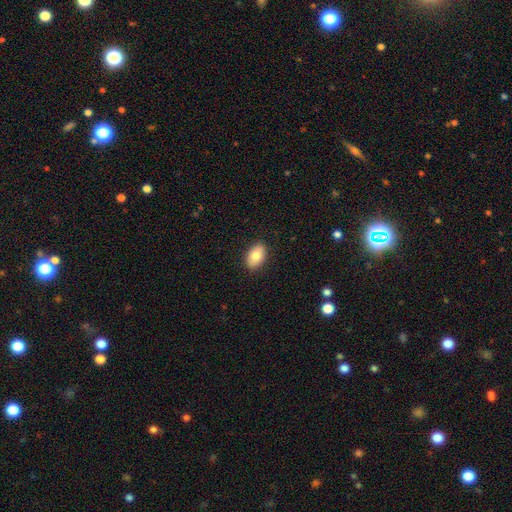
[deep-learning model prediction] A smooth galaxy with no disk features (84%) that is in between round and cigar-shaped (91%). Merging: none (88%).